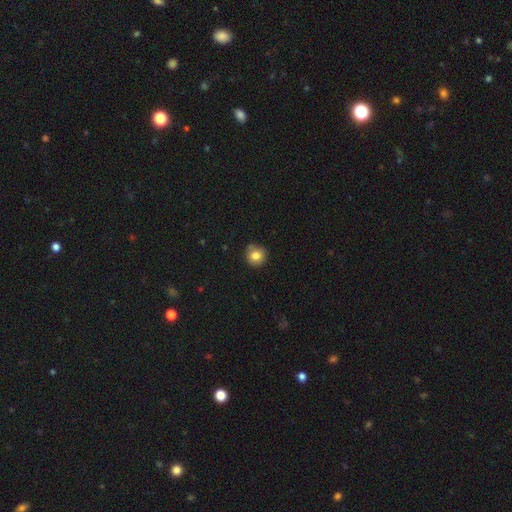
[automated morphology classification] smooth-or-featured: smooth: 82% | star or artifact: 10% | featured or disk: 8%
  how-rounded: round: 92% | in between: 7% | cigar-shaped: 1%
  merging: none: 79% | minor disturbance: 14% | merger: 3% | major disturbance: 3%